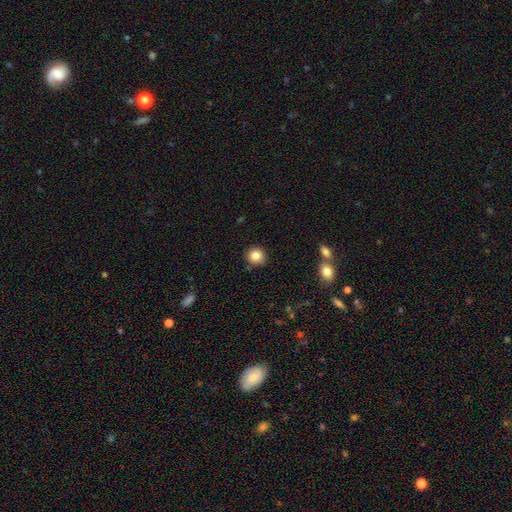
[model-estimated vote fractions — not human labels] A smooth galaxy with no disk features (85%) that is round (89%).

Vote fractions:
- Smooth or featured? smooth: 85% / star or artifact: 10% / featured or disk: 5%
- How rounded? round: 89% / in between: 10% / cigar-shaped: 1%
- Merging? none: 87% / minor disturbance: 8% / merger: 3% / major disturbance: 2%